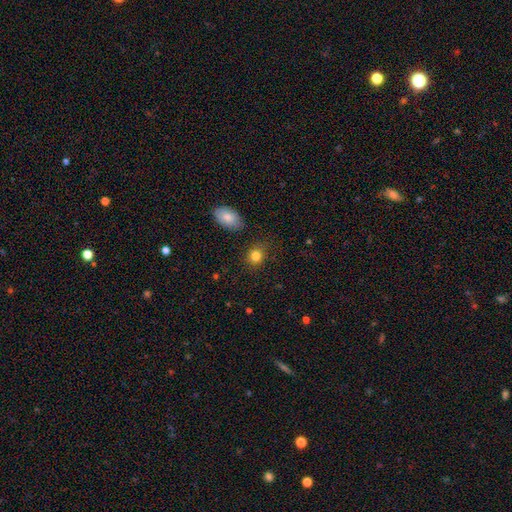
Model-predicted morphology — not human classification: Smooth or featured? smooth (83%)
How rounded? round (64%)
Merging? none (80%)